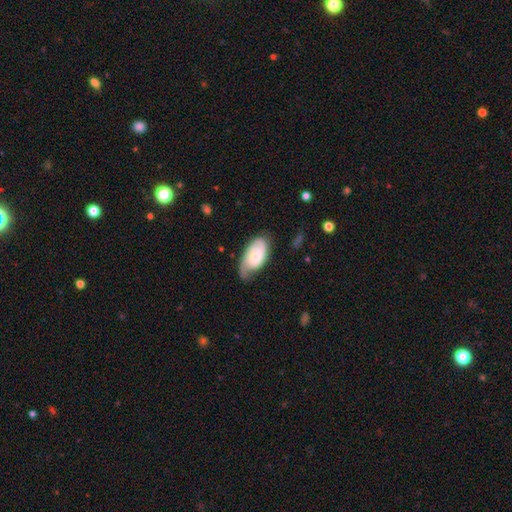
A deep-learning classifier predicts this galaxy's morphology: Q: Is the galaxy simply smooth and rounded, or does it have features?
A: featured or disk — 55%.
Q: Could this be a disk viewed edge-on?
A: no — 94%.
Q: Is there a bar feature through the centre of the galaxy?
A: no — 72%.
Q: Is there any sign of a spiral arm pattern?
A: yes — 87%.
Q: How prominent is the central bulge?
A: small — 54%.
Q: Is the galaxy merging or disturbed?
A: none — 54%.